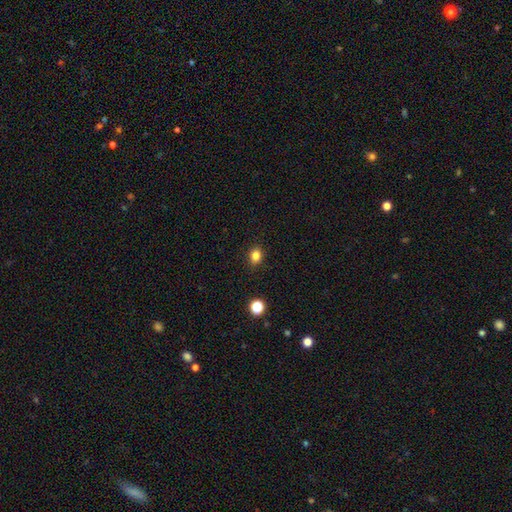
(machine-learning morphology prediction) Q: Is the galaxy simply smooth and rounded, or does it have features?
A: smooth — 83%.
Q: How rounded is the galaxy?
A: round — 51%.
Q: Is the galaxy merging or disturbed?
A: none — 90%.